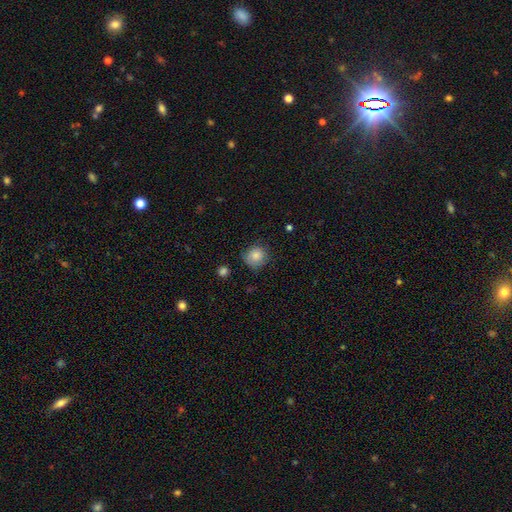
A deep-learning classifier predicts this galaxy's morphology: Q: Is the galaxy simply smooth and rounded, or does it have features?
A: smooth — 84%.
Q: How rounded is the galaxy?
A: round — 87%.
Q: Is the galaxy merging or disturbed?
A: none — 76%.